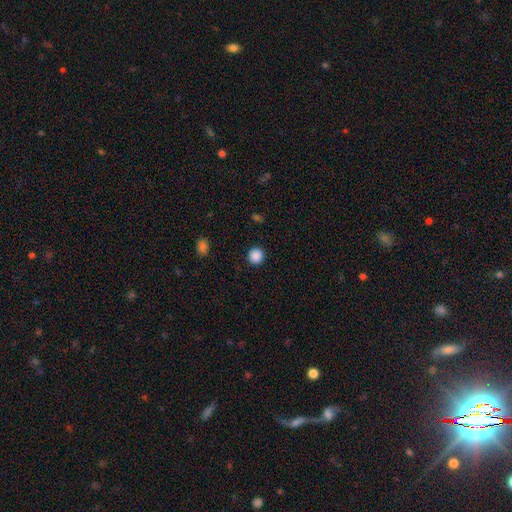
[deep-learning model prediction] Overall: smooth (88%). How rounded: round (95%). Merging: none (92%).